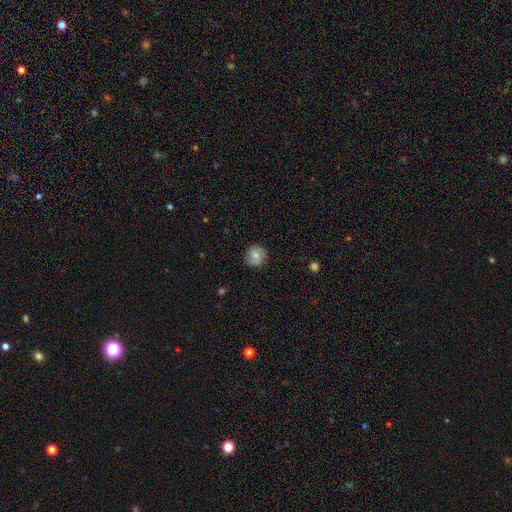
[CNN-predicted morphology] This appears to be a smooth galaxy with no disk features (49%). Merging: none (82%).